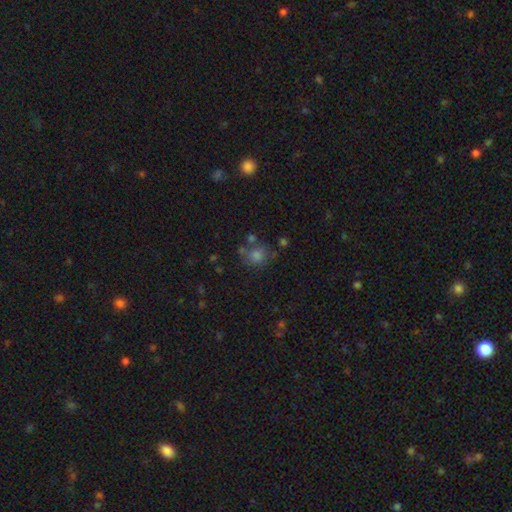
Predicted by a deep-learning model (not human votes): Morphology: type=smooth (68%); roundness=round (82%); merging=none (66%).